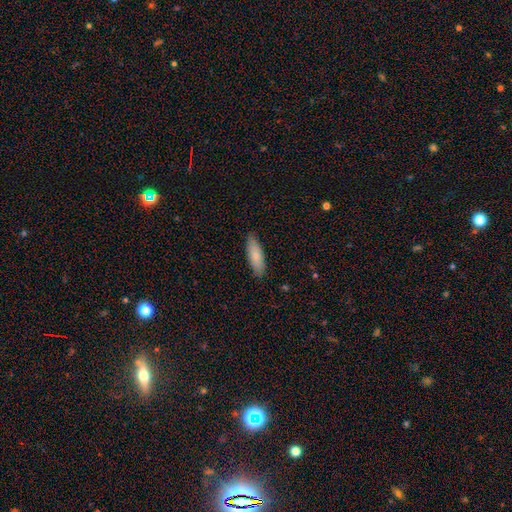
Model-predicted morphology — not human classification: A smooth galaxy with no disk features (82%) that is in between round and cigar-shaped (56%). Merging: none (87%).